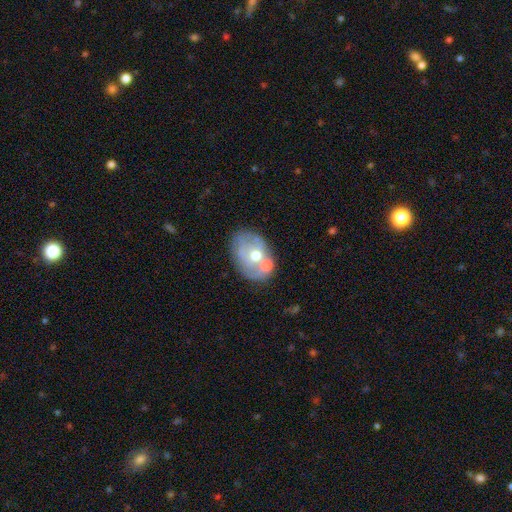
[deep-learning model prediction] Morphology: type=featured or disk (49%); merging=none (45%).